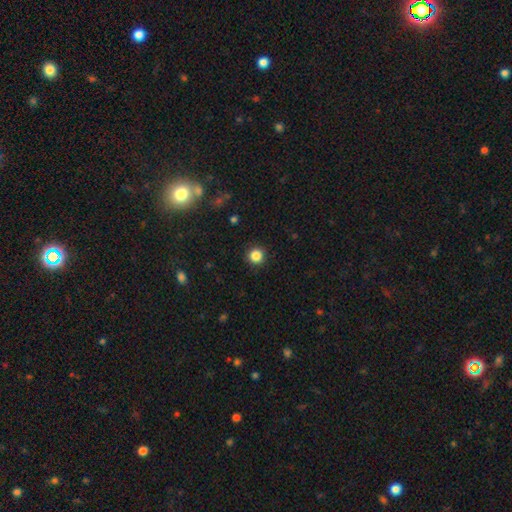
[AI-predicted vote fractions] A smooth galaxy with no disk features (85%) that is round (94%). Merging: none (92%).